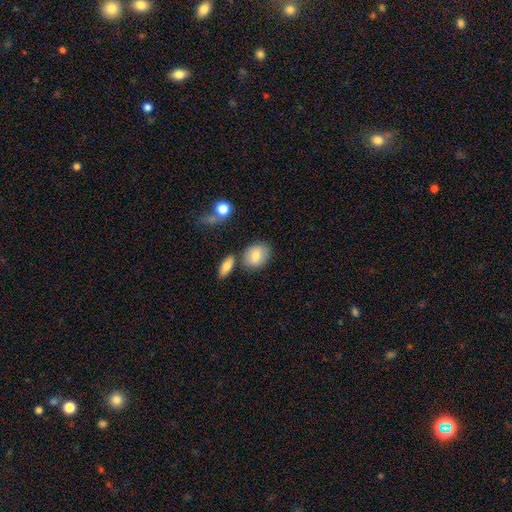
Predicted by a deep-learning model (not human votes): Smooth or featured?
  - smooth: 80% *
  - featured or disk: 13%
  - star or artifact: 7%
How rounded?
  - in between: 51% *
  - round: 48%
  - cigar-shaped: 2%
Merging?
  - none: 70% *
  - minor disturbance: 14%
  - merger: 12%
  - major disturbance: 4%